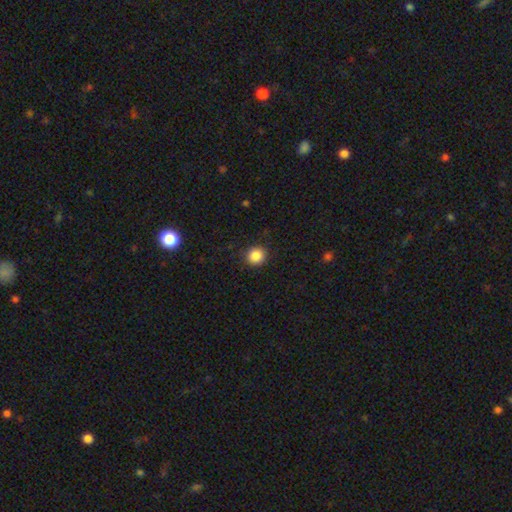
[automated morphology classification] Smooth or featured?
  - smooth: 87% *
  - star or artifact: 10%
  - featured or disk: 3%
How rounded?
  - round: 90% *
  - in between: 9%
  - cigar-shaped: 1%
Merging?
  - none: 90% *
  - minor disturbance: 7%
  - major disturbance: 2%
  - merger: 1%